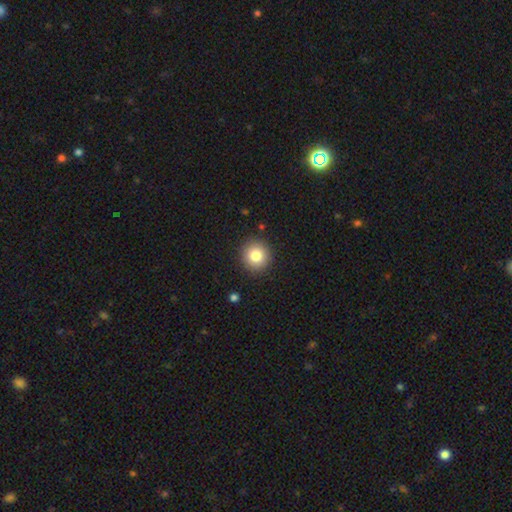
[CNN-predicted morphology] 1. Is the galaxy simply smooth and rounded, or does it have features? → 83% smooth, 10% star or artifact, 8% featured or disk.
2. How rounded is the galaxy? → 92% round, 7% in between, 1% cigar-shaped.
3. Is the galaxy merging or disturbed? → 90% none, 7% minor disturbance, 2% major disturbance, 1% merger.